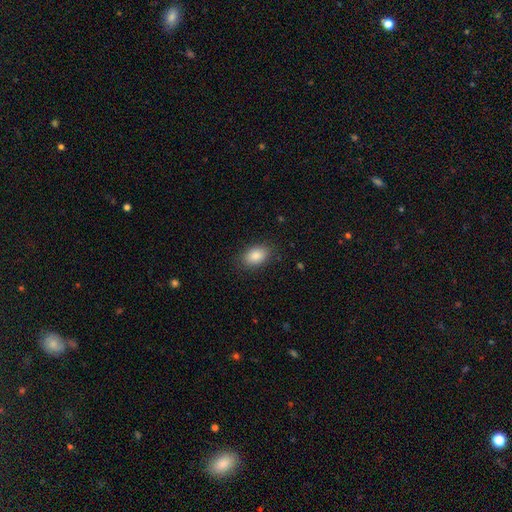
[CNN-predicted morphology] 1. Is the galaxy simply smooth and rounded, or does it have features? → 87% smooth, 7% star or artifact, 6% featured or disk.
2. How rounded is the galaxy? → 87% in between, 11% round, 1% cigar-shaped.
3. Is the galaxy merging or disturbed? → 86% none, 10% minor disturbance, 3% major disturbance, 1% merger.